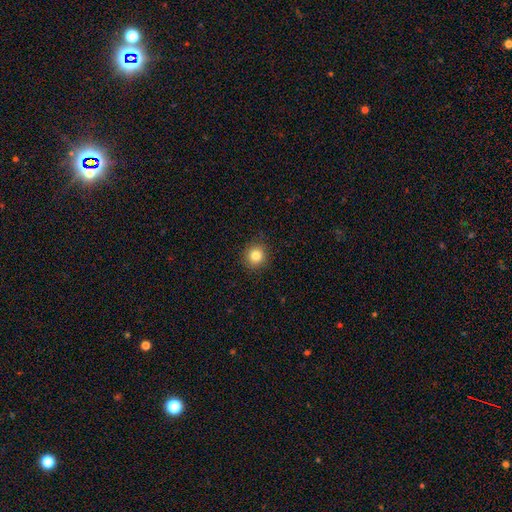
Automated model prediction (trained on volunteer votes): A smooth galaxy with no disk features (83%) that is round (91%).

Vote fractions:
- Smooth or featured? smooth: 83% / star or artifact: 11% / featured or disk: 6%
- How rounded? round: 91% / in between: 8% / cigar-shaped: 1%
- Merging? none: 90% / minor disturbance: 7% / major disturbance: 2% / merger: 1%